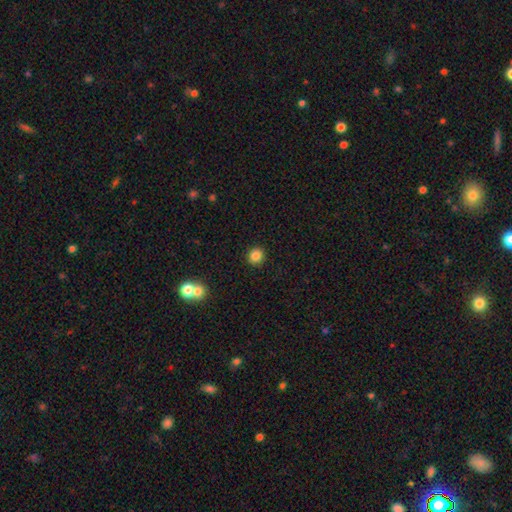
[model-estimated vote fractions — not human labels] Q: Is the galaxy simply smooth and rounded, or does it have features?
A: smooth — 85%.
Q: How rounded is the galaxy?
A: round — 92%.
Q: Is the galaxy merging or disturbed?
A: none — 92%.